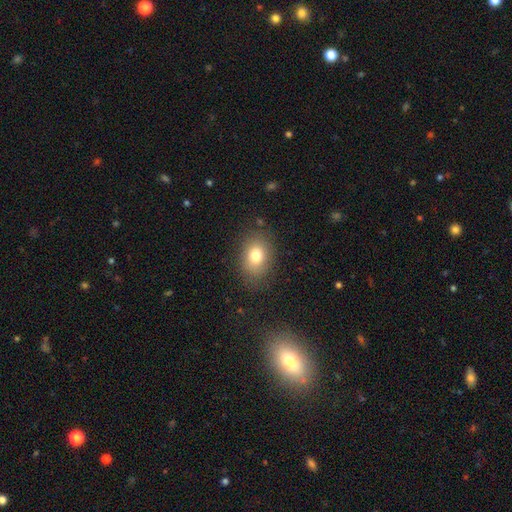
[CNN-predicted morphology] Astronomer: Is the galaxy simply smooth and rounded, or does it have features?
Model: smooth — 77%.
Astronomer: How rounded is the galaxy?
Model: in between — 66%.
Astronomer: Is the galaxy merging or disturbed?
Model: none — 81%.